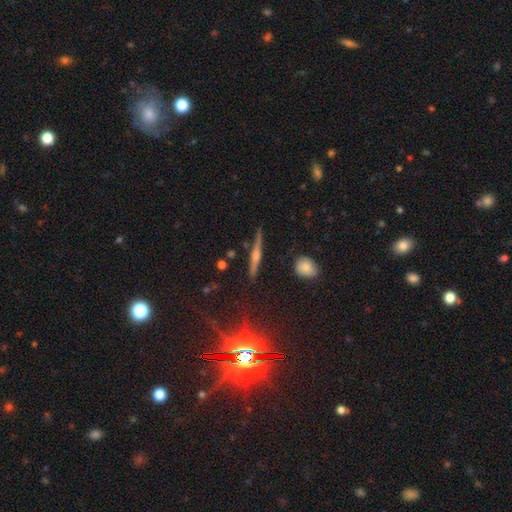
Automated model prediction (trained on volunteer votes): This is likely a featured or disk galaxy (66%). It is clearly viewed edge-on (97%). Edge-on bulge: likely rounded (77%). Merging: clearly none (86%).